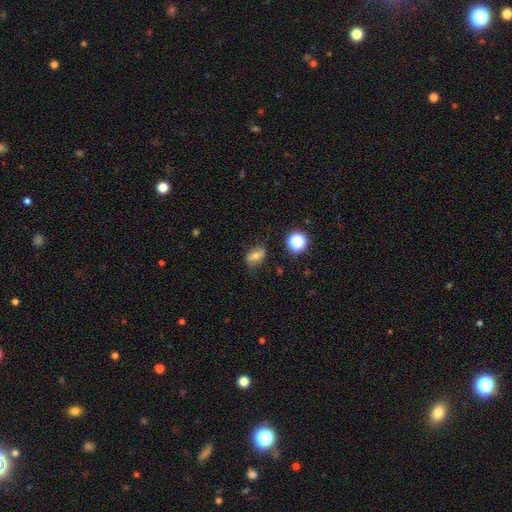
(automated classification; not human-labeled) This appears to be a smooth galaxy with no disk features (66%) that is in between round and cigar-shaped (76%). Merging: none (72%).